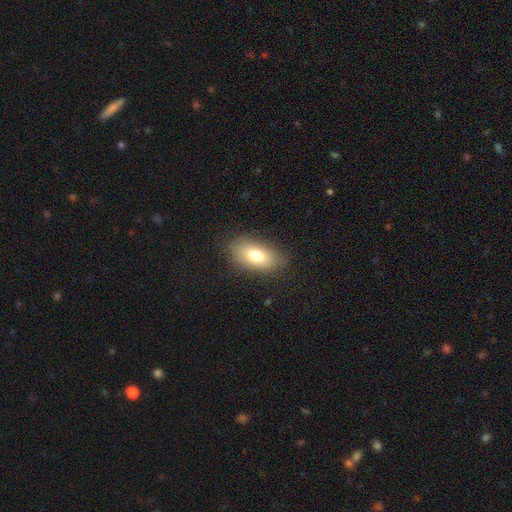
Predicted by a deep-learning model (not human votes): smooth 77%, featured or disk 15%, star or artifact 9%. Down the decision tree: how rounded — in between (90%); merging — none (84%).